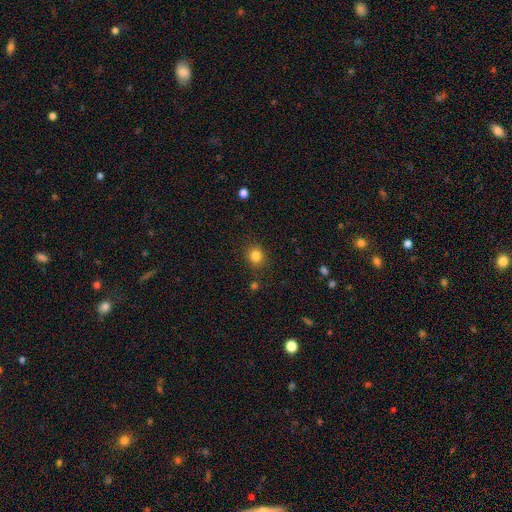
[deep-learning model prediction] This appears to be a smooth galaxy with no disk features (83%) that is round (81%). Merging: none (86%).